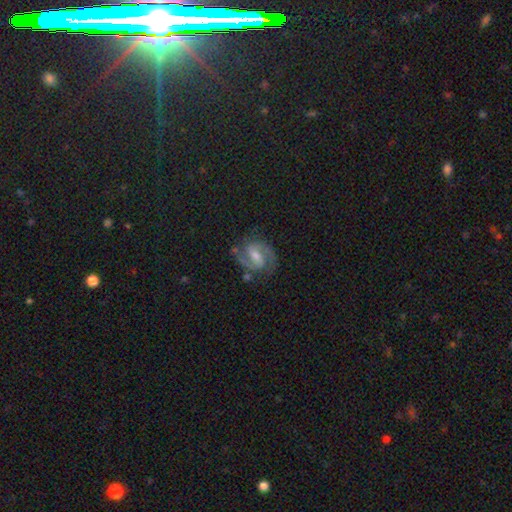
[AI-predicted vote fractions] This is clearly a featured or disk galaxy (88%). It is clearly not viewed edge-on (98%). Bar: possibly weak (52%). Spiral arm pattern: clearly yes (98%). Spiral arm count: clearly 2 (93%). Spiral winding: possibly medium (59%). Central bulge: possibly moderate (48%). Merging: likely none (79%).